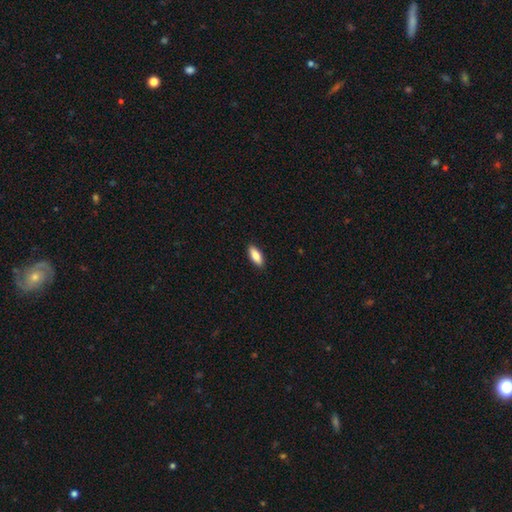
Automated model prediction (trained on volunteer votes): Smooth or featured? Predicted: smooth (p=0.86). How rounded? Predicted: in between (p=0.77). Merging? Predicted: none (p=0.91).